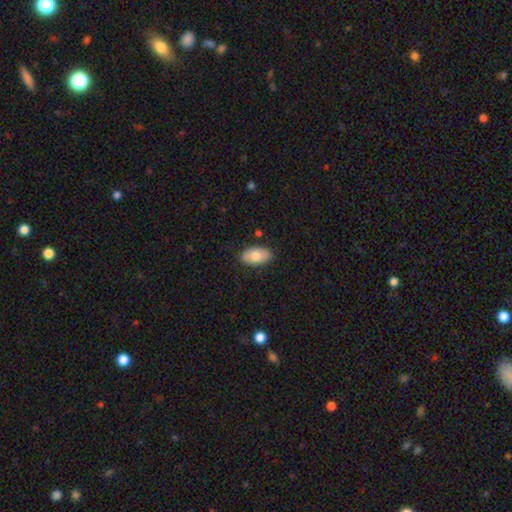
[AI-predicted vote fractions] Smooth or featured?
  - smooth: 79% *
  - featured or disk: 15%
  - star or artifact: 6%
How rounded?
  - in between: 94% *
  - round: 4%
  - cigar-shaped: 2%
Merging?
  - none: 85% *
  - minor disturbance: 11%
  - major disturbance: 2%
  - merger: 1%